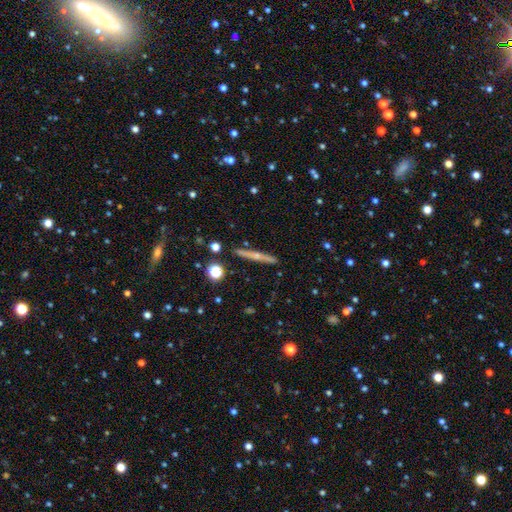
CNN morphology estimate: This appears to be a featured or disk galaxy (64%) viewed edge-on (97%) with a rounded central bulge (73%). Merging: none (89%).